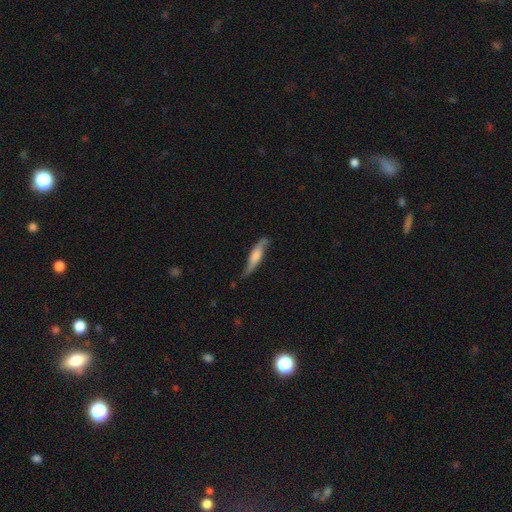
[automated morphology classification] Smooth or featured? featured or disk (52%)
Edge-on disk? yes (57%)
Merging? none (67%)